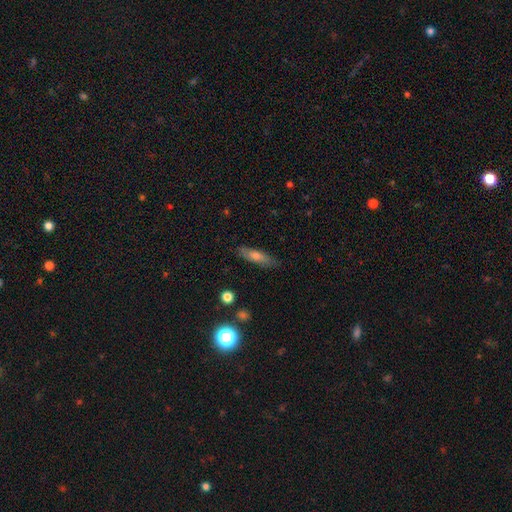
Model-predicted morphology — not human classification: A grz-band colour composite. It shows a smooth galaxy with no disk features (61%) that is cigar-shaped (67%). Merging: none (83%).